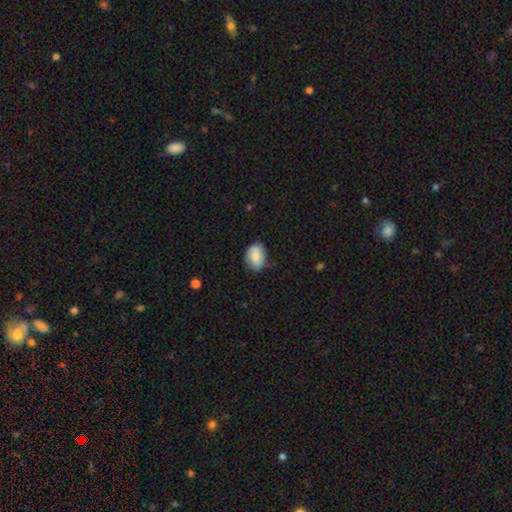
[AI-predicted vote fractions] smooth_or_featured: smooth (p=0.66) [alt: featured or disk p=0.26]
how_rounded: in between (p=0.68) [alt: round p=0.31]
merging: none (p=0.60) [alt: minor disturbance p=0.31]